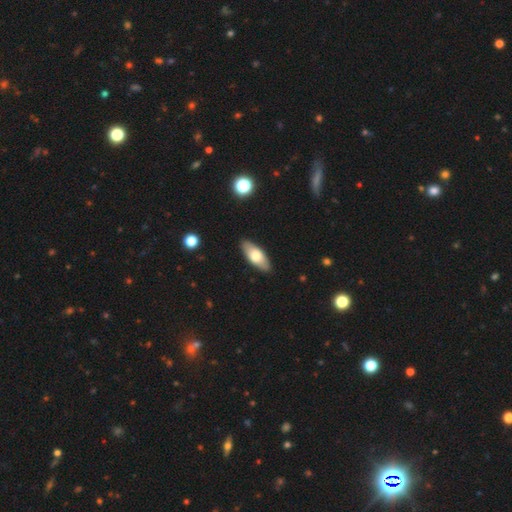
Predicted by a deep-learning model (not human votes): Smooth or featured? Predicted: smooth (p=0.68). How rounded? Predicted: in between (p=0.80). Merging? Predicted: none (p=0.88).